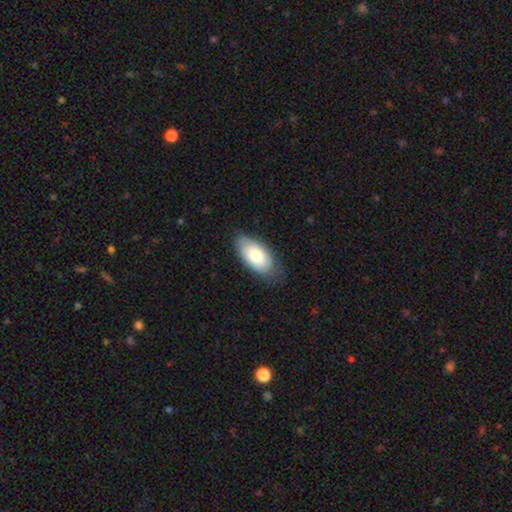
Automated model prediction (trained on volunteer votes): A smooth galaxy with no disk features (75%) that is in between round and cigar-shaped (94%).

Vote fractions:
- Smooth or featured? smooth: 75% / featured or disk: 19% / star or artifact: 6%
- How rounded? in between: 94% / cigar-shaped: 4% / round: 3%
- Merging? none: 73% / minor disturbance: 21% / major disturbance: 5% / merger: 1%